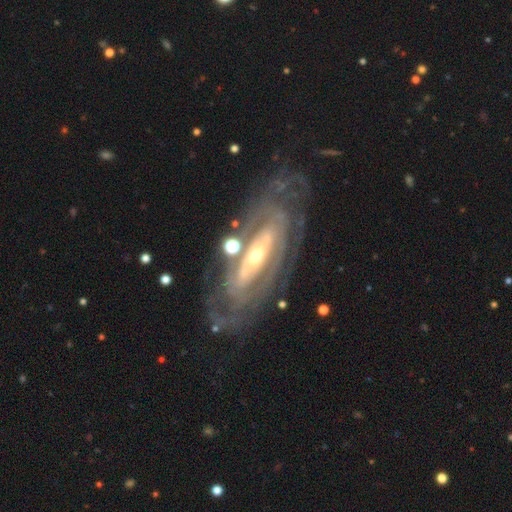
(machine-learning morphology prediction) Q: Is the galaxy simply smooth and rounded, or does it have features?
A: featured or disk — 85%.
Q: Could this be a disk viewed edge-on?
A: no — 87%.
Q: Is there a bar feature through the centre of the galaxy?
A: no — 50%.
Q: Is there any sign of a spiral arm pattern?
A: yes — 77%.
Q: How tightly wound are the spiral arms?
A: tight — 73%.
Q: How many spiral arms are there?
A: can't tell — 50%.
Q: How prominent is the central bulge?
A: small — 56%.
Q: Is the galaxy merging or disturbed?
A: none — 73%.